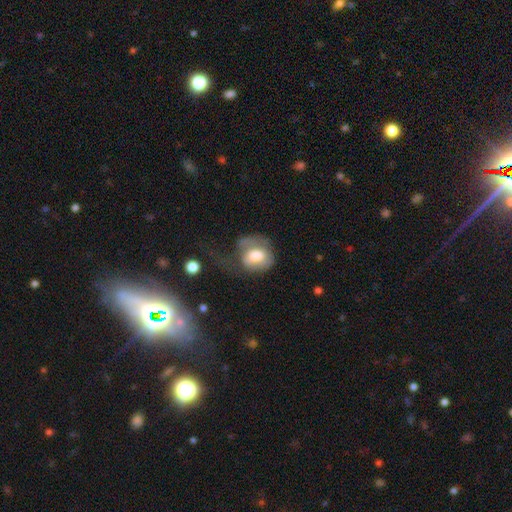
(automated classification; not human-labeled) Smooth or featured? smooth (62%)
How rounded? round (54%)
Merging? major disturbance (48%)